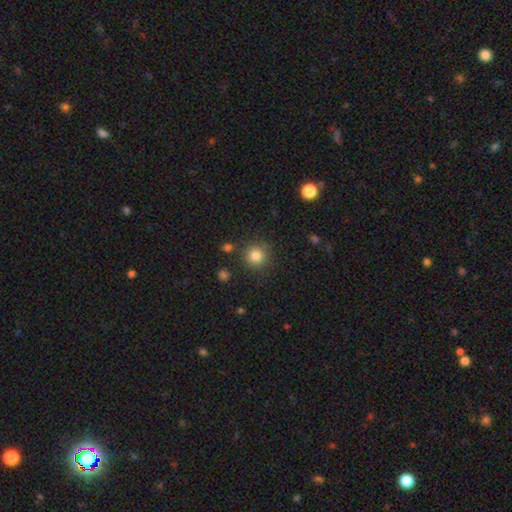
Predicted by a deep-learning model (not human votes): Smooth or featured?
  - smooth: 83% *
  - star or artifact: 11%
  - featured or disk: 5%
How rounded?
  - round: 94% *
  - in between: 5%
  - cigar-shaped: 1%
Merging?
  - none: 85% *
  - minor disturbance: 8%
  - merger: 4%
  - major disturbance: 3%